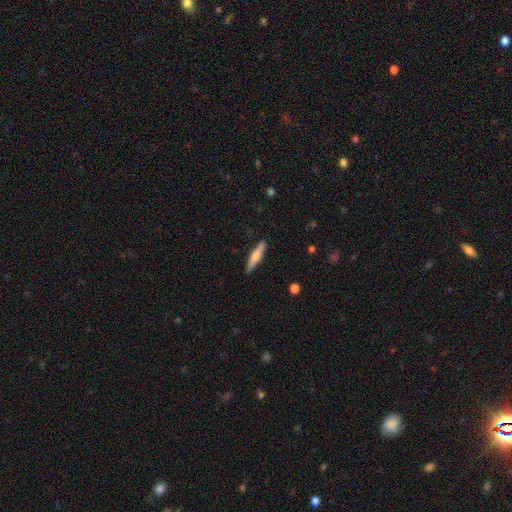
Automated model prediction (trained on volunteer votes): This is possibly a smooth galaxy (53%). How rounded: clearly cigar-shaped (87%). Merging: clearly none (90%).